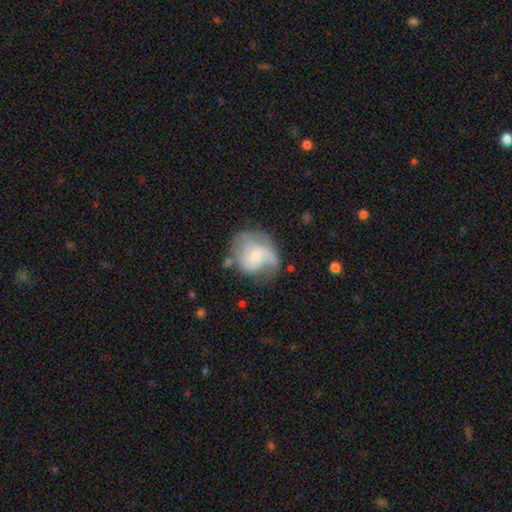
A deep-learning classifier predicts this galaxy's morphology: Q: Smooth or featured?
A: featured or disk (66%); runner-up: smooth (27%)
Q: Edge-on disk?
A: no (98%); runner-up: yes (2%)
Q: Bar?
A: no (62%); runner-up: weak (32%)
Q: Spiral arms?
A: yes (87%); runner-up: no (13%)
Q: Spiral winding?
A: medium (41%); runner-up: loose (37%)
Q: Spiral arm count?
A: 2 (41%); runner-up: 1 (29%)
Q: Bulge size?
A: small (62%); runner-up: moderate (29%)
Q: Merging?
A: none (48%); runner-up: minor disturbance (25%)